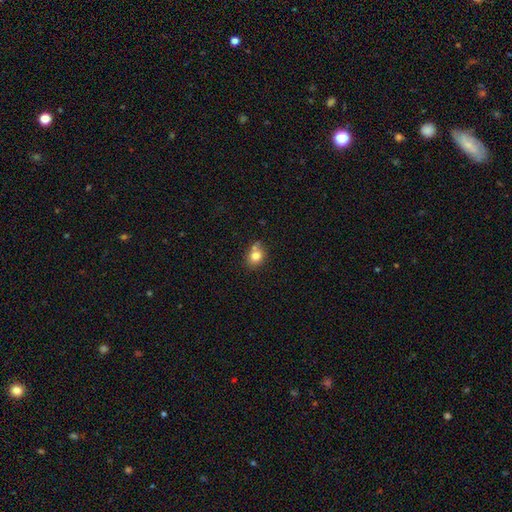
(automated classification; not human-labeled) smooth_or_featured: smooth (p=0.79) [alt: star or artifact p=0.11]
how_rounded: round (p=0.59) [alt: in between p=0.40]
merging: none (p=0.59) [alt: merger p=0.20]